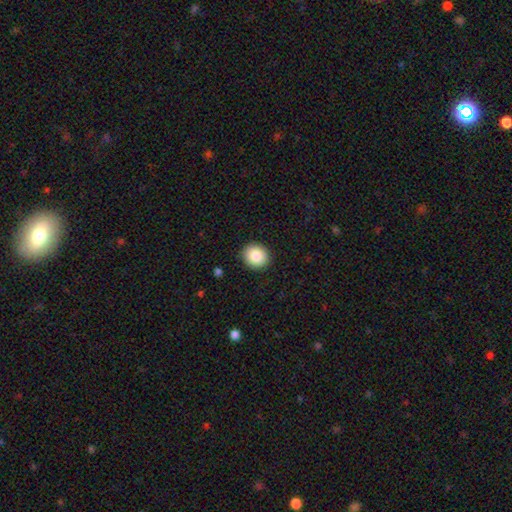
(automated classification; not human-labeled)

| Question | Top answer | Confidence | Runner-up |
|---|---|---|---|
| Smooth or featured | smooth | 86% | star or artifact (8%) |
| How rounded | round | 80% | in between (19%) |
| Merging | none | 91% | minor disturbance (6%) |